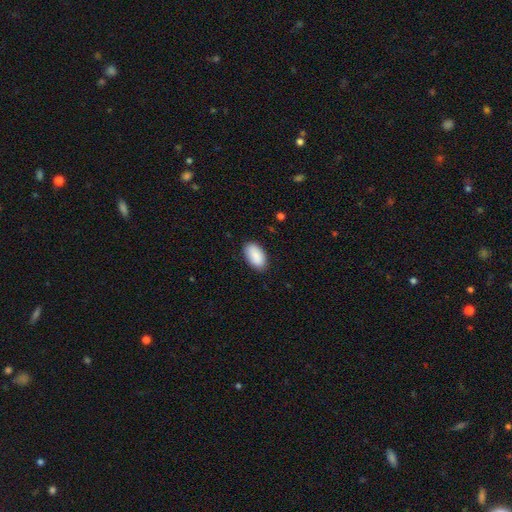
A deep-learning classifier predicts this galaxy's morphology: Q: Smooth or featured?
A: smooth (90%); runner-up: star or artifact (6%)
Q: How rounded?
A: in between (95%); runner-up: round (3%)
Q: Merging?
A: none (86%); runner-up: minor disturbance (11%)